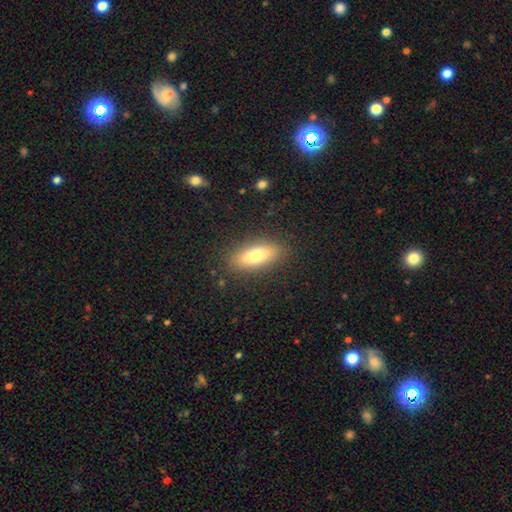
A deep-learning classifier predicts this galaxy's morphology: Q: Smooth or featured?
A: smooth (73%); runner-up: featured or disk (19%)
Q: How rounded?
A: in between (76%); runner-up: cigar-shaped (21%)
Q: Merging?
A: none (87%); runner-up: minor disturbance (9%)